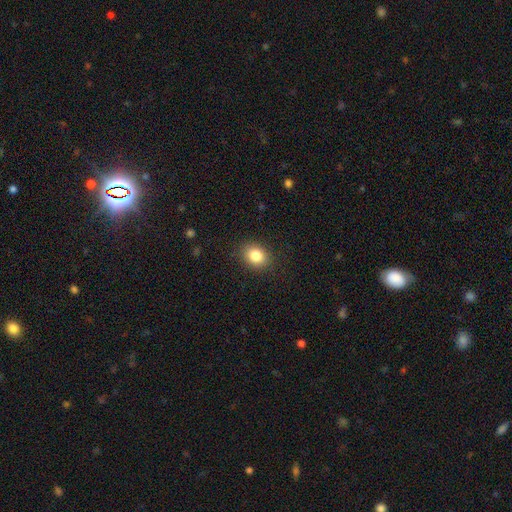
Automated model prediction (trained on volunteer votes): smooth-or-featured: smooth: 83% | star or artifact: 10% | featured or disk: 7%
  how-rounded: in between: 51% | round: 48% | cigar-shaped: 1%
  merging: none: 87% | minor disturbance: 9% | major disturbance: 3% | merger: 1%